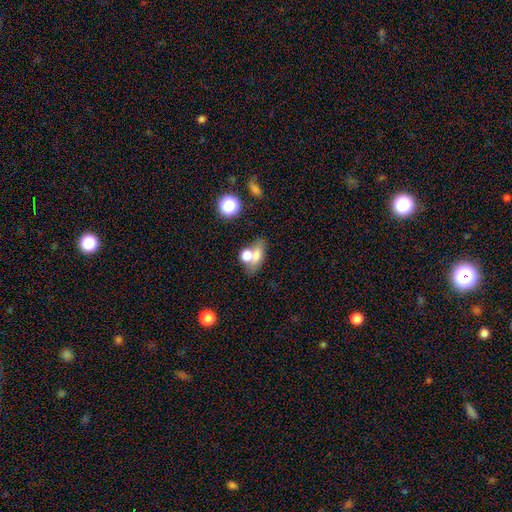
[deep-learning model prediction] smooth 67%, featured or disk 21%, star or artifact 12%. Down the decision tree: how rounded — in between (61%); merging — merger (42%).